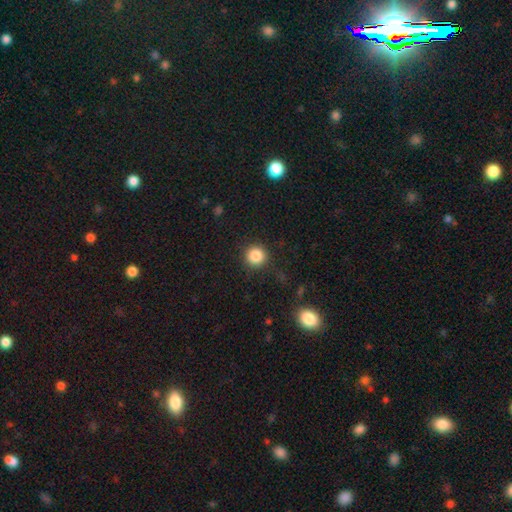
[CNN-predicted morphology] Smooth or featured: smooth — 85% (star or artifact — 10%)
How rounded: round — 93% (in between — 6%)
Merging: none — 88% (minor disturbance — 7%)